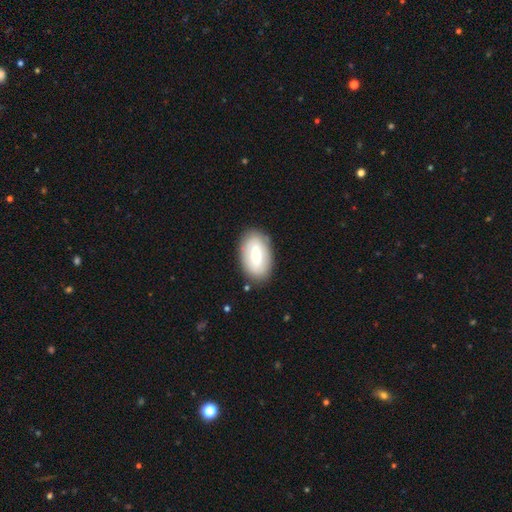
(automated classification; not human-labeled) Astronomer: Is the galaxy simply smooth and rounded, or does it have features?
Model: smooth — 58% (runner-up: featured or disk, 36%).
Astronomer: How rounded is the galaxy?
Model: in between — 91%.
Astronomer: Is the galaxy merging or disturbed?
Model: none — 85%.